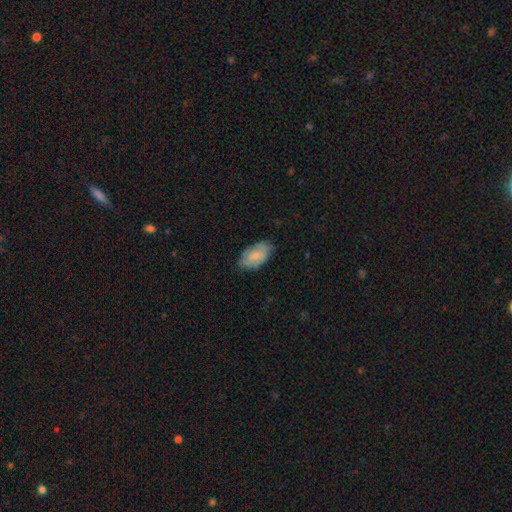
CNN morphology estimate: Q: Smooth or featured?
A: smooth (77%); runner-up: featured or disk (17%)
Q: How rounded?
A: in between (95%); runner-up: round (3%)
Q: Merging?
A: none (76%); runner-up: minor disturbance (20%)